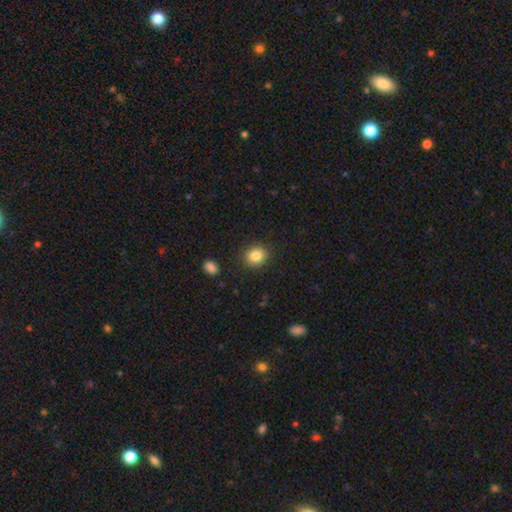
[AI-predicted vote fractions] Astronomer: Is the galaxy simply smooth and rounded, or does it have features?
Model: smooth — 84%.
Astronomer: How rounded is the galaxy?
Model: round — 76%.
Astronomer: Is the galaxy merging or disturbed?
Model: none — 89%.